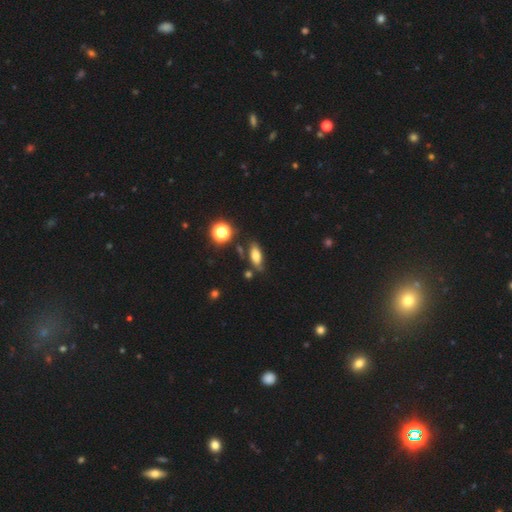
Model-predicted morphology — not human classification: A smooth galaxy with no disk features (69%) that is in between round and cigar-shaped (74%). Merging: none (69%).